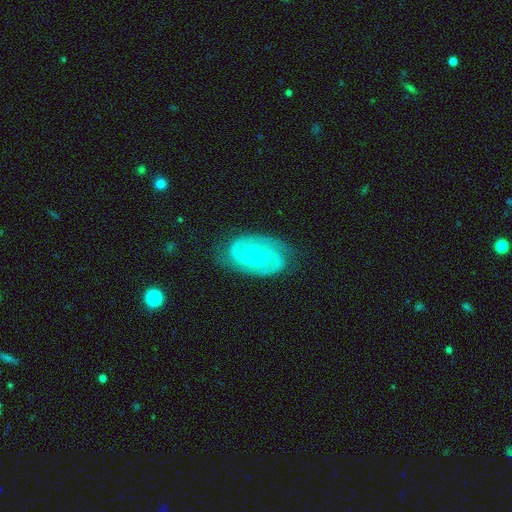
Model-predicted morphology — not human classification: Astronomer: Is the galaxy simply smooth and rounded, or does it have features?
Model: featured or disk — 89%.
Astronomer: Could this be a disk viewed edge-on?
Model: no — 97%.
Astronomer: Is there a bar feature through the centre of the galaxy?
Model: no — 69%.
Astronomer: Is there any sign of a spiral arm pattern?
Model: yes — 97%.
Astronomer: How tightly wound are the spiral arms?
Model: tight — 66%.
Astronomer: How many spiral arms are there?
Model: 2 — 84%.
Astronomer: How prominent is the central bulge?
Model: small — 65%.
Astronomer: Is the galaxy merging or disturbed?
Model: none — 80%.